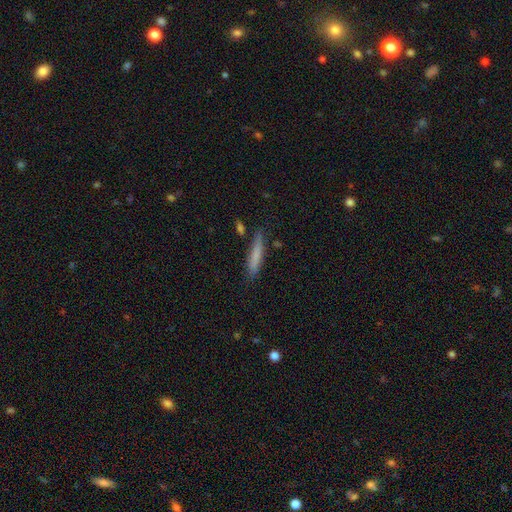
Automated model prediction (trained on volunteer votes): Smooth or featured?
  - smooth: 73% *
  - featured or disk: 20%
  - star or artifact: 7%
How rounded?
  - cigar-shaped: 91% *
  - in between: 7%
  - round: 1%
Merging?
  - none: 80% *
  - minor disturbance: 13%
  - merger: 4%
  - major disturbance: 3%